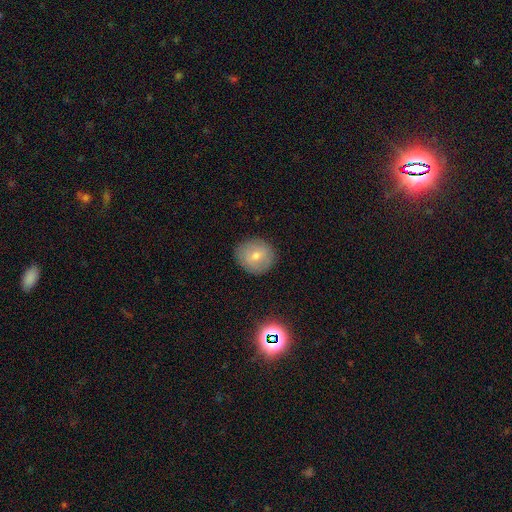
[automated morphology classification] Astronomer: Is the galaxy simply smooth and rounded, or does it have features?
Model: smooth — 67%.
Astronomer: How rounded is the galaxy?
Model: round — 87%.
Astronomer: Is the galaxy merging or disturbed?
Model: none — 87%.